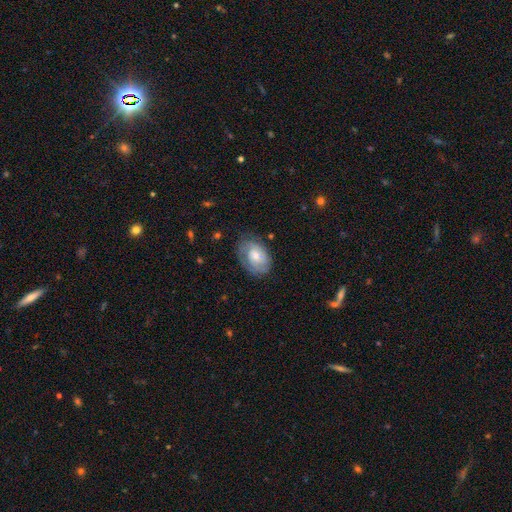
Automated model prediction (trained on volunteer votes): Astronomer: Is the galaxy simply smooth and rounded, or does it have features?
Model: featured or disk — 52% (runner-up: smooth, 41%).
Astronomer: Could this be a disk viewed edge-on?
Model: no — 95%.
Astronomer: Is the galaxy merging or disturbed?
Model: none — 68%.